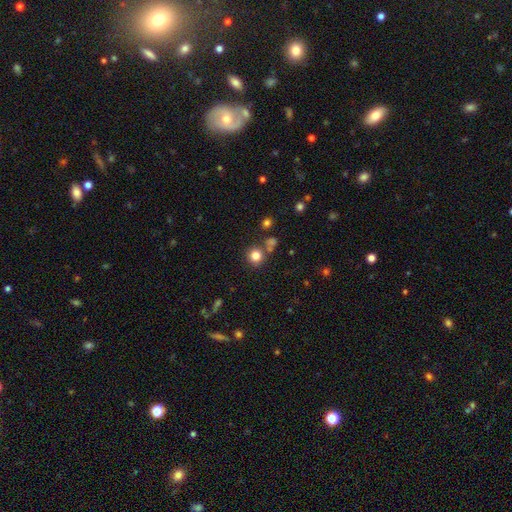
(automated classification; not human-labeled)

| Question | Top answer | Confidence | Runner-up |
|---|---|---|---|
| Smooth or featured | smooth | 81% | star or artifact (13%) |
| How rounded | round | 91% | in between (8%) |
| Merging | none | 75% | merger (12%) |